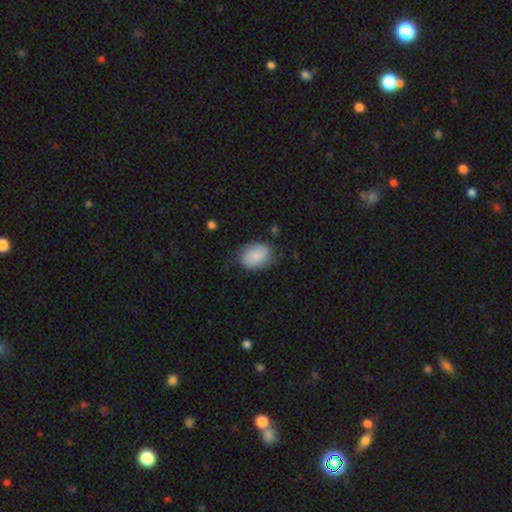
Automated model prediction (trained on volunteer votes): Smooth or featured? smooth (73%)
How rounded? in between (72%)
Merging? none (65%)